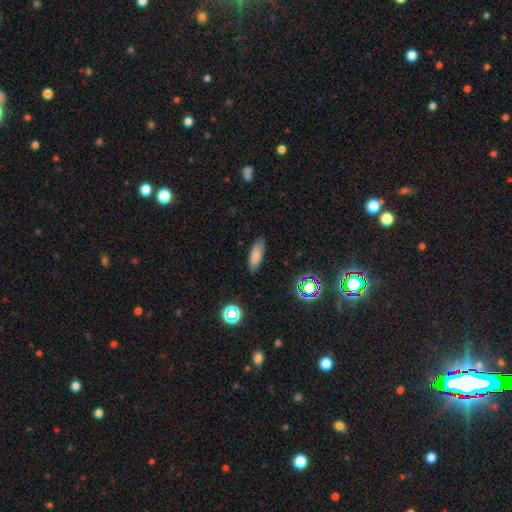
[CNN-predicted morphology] A smooth galaxy with no disk features (79%) that is in between round and cigar-shaped (63%).

Vote fractions:
- Smooth or featured? smooth: 79% / star or artifact: 11% / featured or disk: 10%
- How rounded? in between: 63% / cigar-shaped: 34% / round: 2%
- Merging? none: 83% / minor disturbance: 13% / major disturbance: 3% / merger: 1%